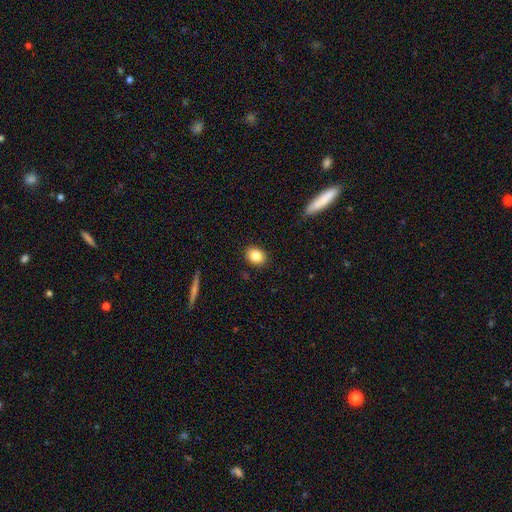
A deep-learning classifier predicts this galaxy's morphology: smooth_or_featured: smooth (p=0.84) [alt: star or artifact p=0.09]
how_rounded: in between (p=0.55) [alt: round p=0.44]
merging: none (p=0.89) [alt: minor disturbance p=0.08]